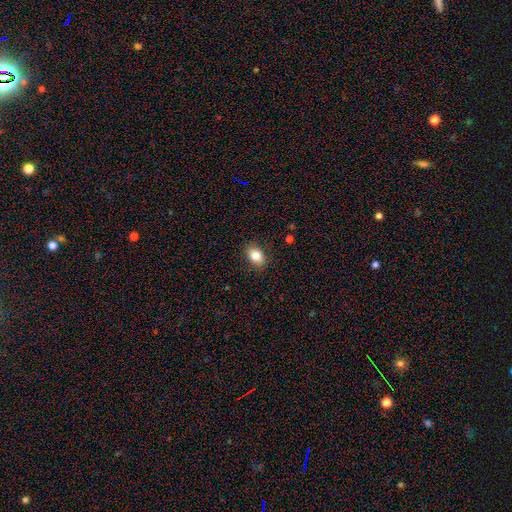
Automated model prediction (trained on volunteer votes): A smooth galaxy with no disk features (82%) that is in between round and cigar-shaped (72%). Merging: none (87%).